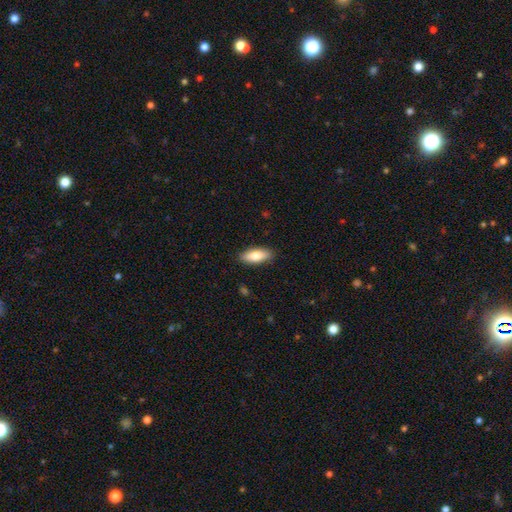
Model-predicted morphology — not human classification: Smooth or featured: smooth — 78% (featured or disk — 15%)
How rounded: in between — 78% (cigar-shaped — 19%)
Merging: none — 88% (minor disturbance — 9%)